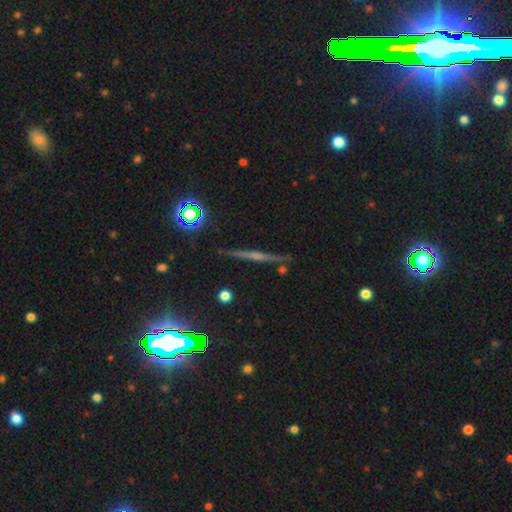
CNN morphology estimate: A featured or disk galaxy (65%) viewed edge-on (97%) with a rounded central bulge (52%).

Vote fractions:
- Smooth or featured? featured or disk: 65% / smooth: 20% / star or artifact: 16%
- Edge-on disk? yes: 97% / no: 3%
- Edge-on bulge? rounded: 52% / none: 37% / boxy: 11%
- Merging? none: 89% / minor disturbance: 8% / merger: 2% / major disturbance: 2%